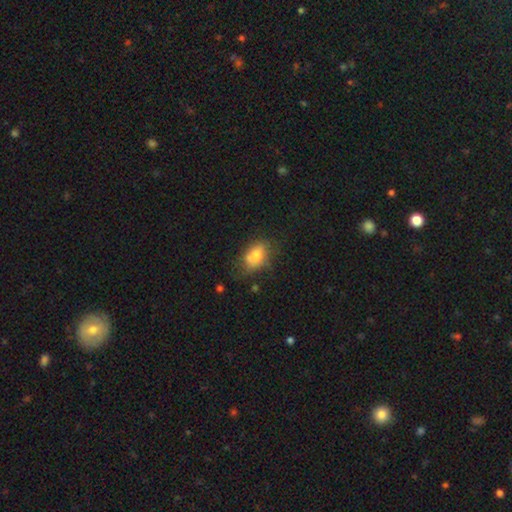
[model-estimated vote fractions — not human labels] A smooth galaxy with no disk features (73%) that is in between round and cigar-shaped (82%). Merging: none (54%).